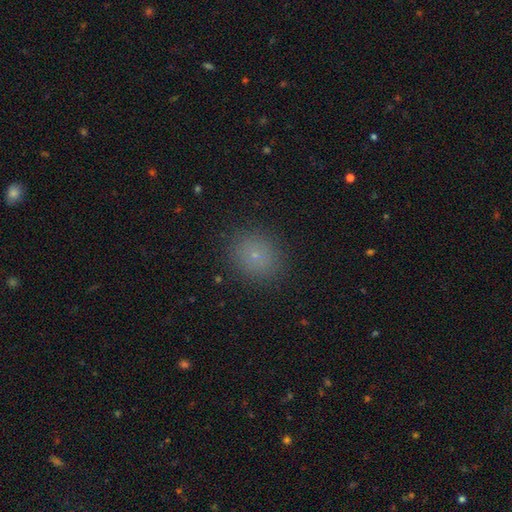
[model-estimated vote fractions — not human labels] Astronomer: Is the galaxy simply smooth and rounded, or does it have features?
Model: smooth — 75%.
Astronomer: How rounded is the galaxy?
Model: round — 75%.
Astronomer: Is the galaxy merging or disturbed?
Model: none — 88%.